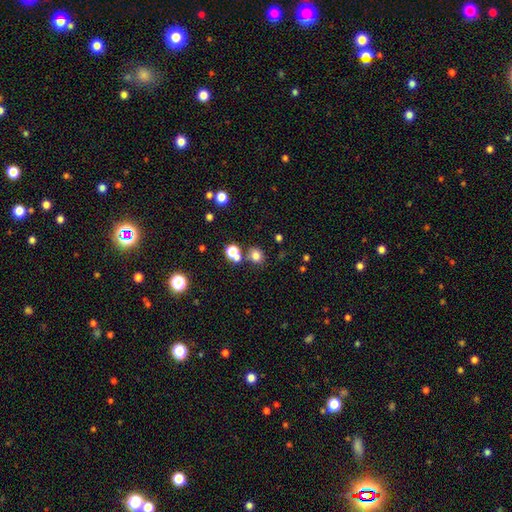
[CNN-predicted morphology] smooth_or_featured: smooth (p=0.77) [alt: star or artifact p=0.17]
how_rounded: round (p=0.77) [alt: in between p=0.22]
merging: none (p=0.71) [alt: merger p=0.16]